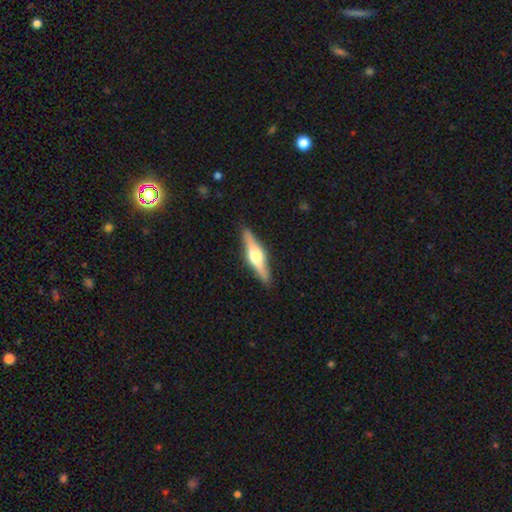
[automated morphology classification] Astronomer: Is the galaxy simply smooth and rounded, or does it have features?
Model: featured or disk — 67%.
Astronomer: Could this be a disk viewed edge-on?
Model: yes — 96%.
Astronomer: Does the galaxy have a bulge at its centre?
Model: rounded — 92%.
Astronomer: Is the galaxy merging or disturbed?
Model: none — 90%.